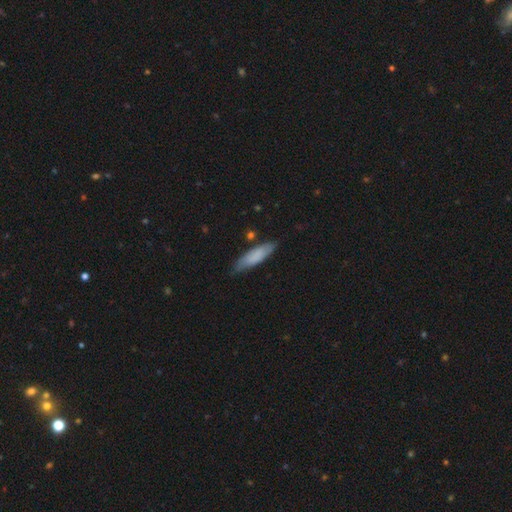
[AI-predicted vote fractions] smooth 77%, featured or disk 17%, star or artifact 6%. Down the decision tree: how rounded — cigar-shaped (63%); merging — none (75%).